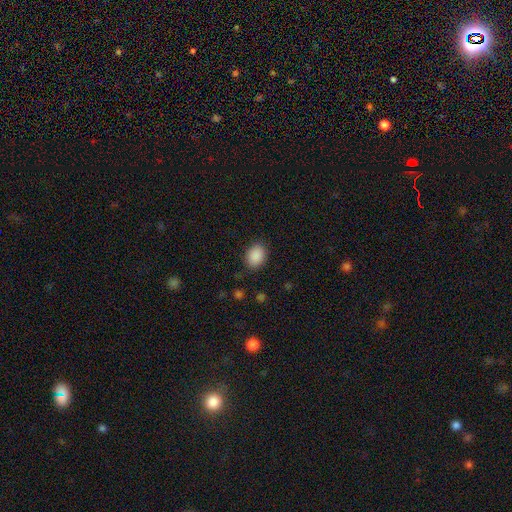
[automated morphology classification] smooth-or-featured: smooth: 89% | star or artifact: 8% | featured or disk: 3%
  how-rounded: in between: 68% | round: 31% | cigar-shaped: 1%
  merging: none: 85% | minor disturbance: 11% | major disturbance: 3% | merger: 1%